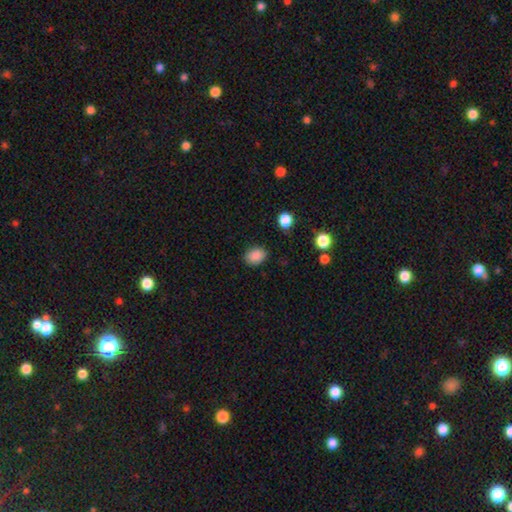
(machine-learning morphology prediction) This appears to be a smooth galaxy with no disk features (87%) that is in between round and cigar-shaped (68%). Merging: none (84%).